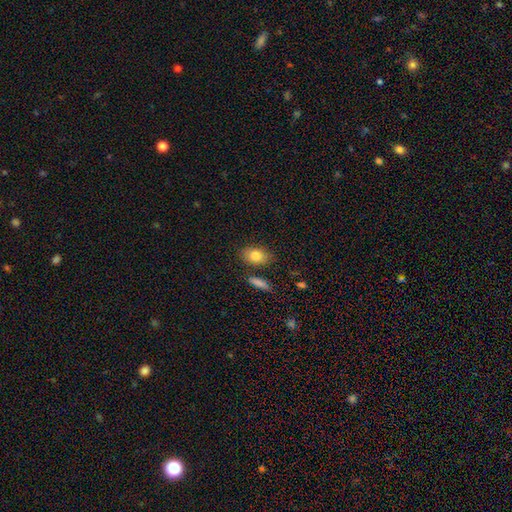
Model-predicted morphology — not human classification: smooth_or_featured: smooth (p=0.82) [alt: featured or disk p=0.10]
how_rounded: in between (p=0.82) [alt: round p=0.16]
merging: none (p=0.81) [alt: minor disturbance p=0.11]